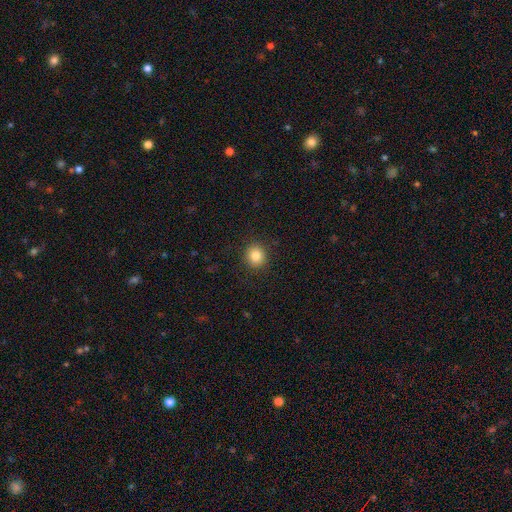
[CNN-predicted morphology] This is clearly a smooth galaxy (84%). How rounded: clearly round (86%). Merging: clearly none (91%).